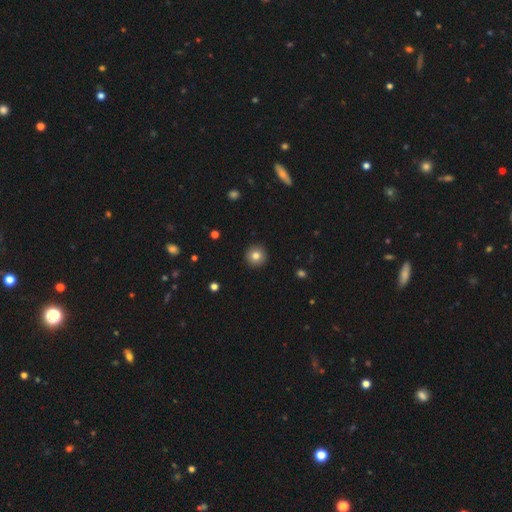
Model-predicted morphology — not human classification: A smooth galaxy with no disk features (82%) that is round (96%). Merging: none (93%).